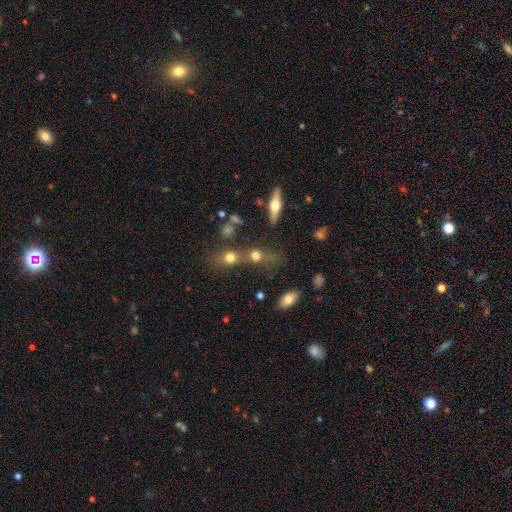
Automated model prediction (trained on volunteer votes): A smooth galaxy with no disk features (67%) that is round (64%). Merging: merger (47%).